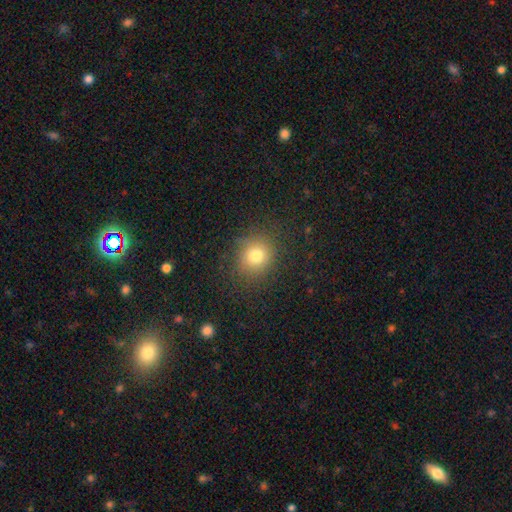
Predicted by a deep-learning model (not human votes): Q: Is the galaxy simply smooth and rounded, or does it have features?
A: smooth — 77%.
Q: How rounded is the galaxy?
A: round — 81%.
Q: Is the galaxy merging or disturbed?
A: none — 84%.